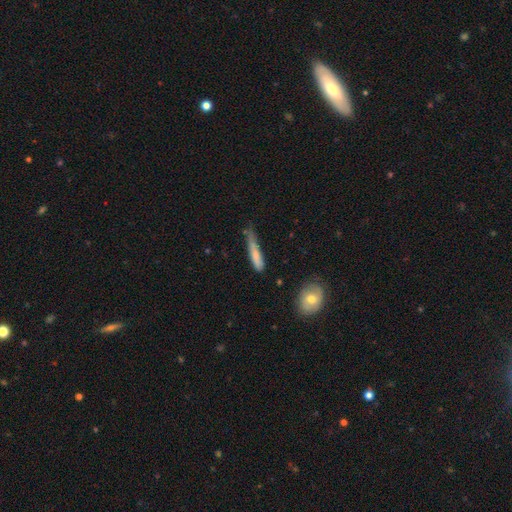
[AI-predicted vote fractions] Smooth or featured? Predicted: smooth (p=0.74). How rounded? Predicted: cigar-shaped (p=0.88). Merging? Predicted: none (p=0.43).